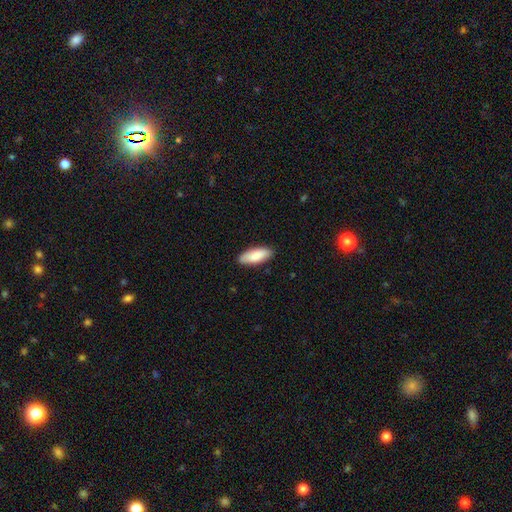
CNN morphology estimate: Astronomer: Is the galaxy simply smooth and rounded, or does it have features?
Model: smooth — 86%.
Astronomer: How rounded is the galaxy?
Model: in between — 72%.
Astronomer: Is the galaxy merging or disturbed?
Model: none — 88%.